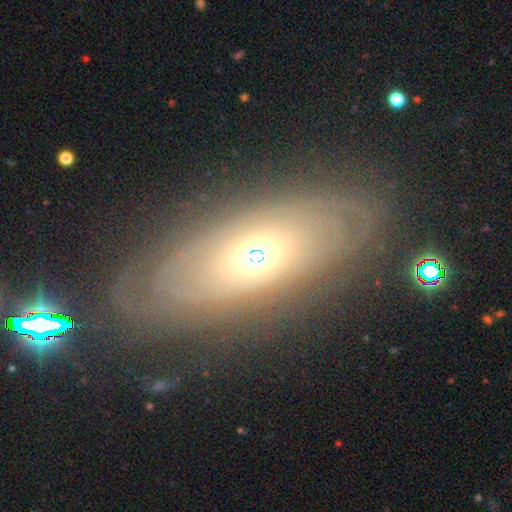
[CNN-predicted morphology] A featured or disk galaxy (68%) with no bar (83%), spiral arms (58%) and a moderate central bulge (56%).

Vote fractions:
- Smooth or featured? featured or disk: 68% / smooth: 23% / star or artifact: 9%
- Edge-on disk? no: 80% / yes: 20%
- Bar? no: 83% / weak: 12% / strong: 5%
- Spiral arms? yes: 58% / no: 42%
- Bulge size? moderate: 56% / small: 23% / large: 16% / dominant: 3% / none: 2%
- Merging? none: 75% / minor disturbance: 14% / major disturbance: 8% / merger: 2%